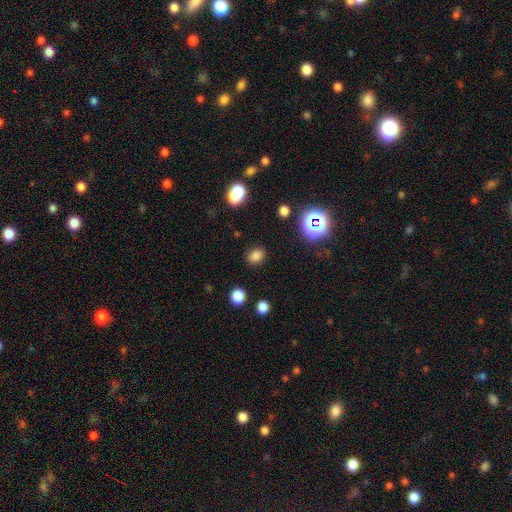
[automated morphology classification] type=smooth (80%); roundness=in between (53%); merging=none (86%).